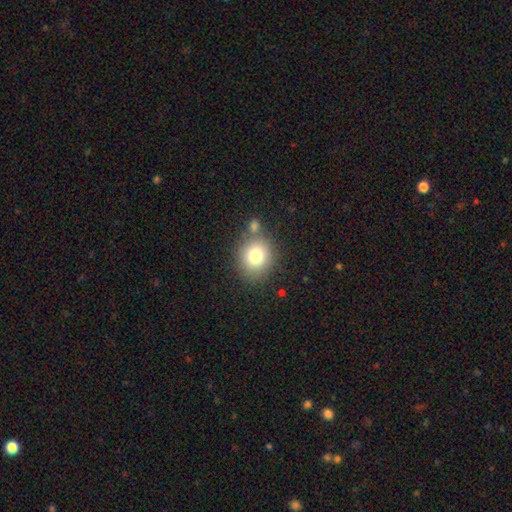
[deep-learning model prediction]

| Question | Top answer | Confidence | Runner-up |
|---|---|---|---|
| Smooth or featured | smooth | 79% | featured or disk (11%) |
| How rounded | round | 77% | in between (22%) |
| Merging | none | 72% | merger (12%) |